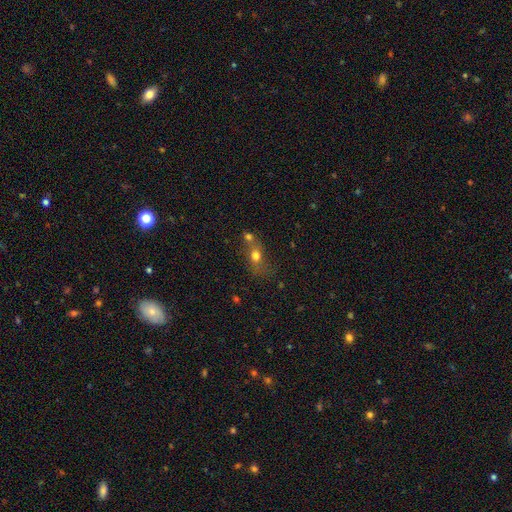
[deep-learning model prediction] Overall: smooth (68%). How rounded: round (50%; in between 45%). Merging: merger (40%; none 36%).